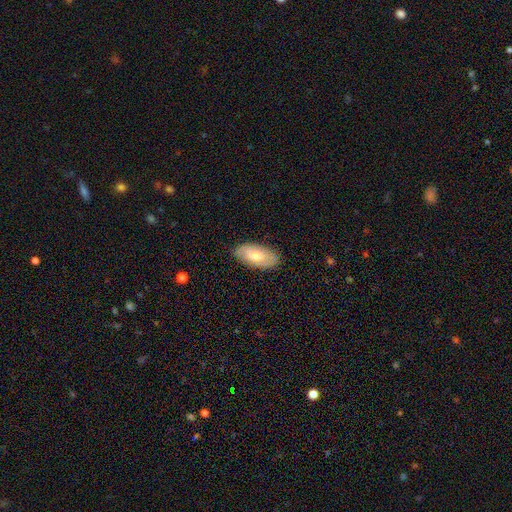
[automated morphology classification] This is likely a smooth galaxy (71%). How rounded: clearly in between (92%). Merging: clearly none (85%).